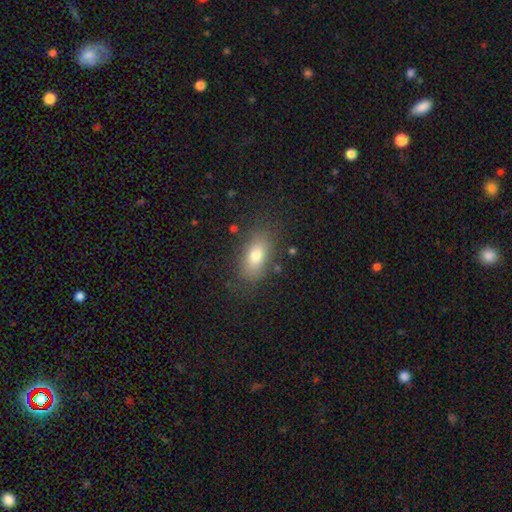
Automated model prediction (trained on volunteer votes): This is likely a smooth galaxy (76%). How rounded: clearly in between (86%). Merging: clearly none (81%).